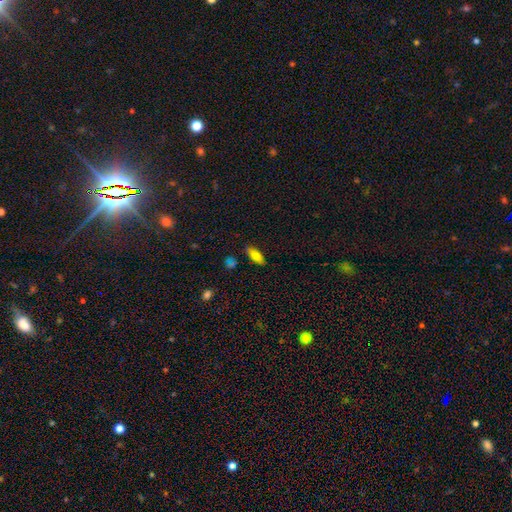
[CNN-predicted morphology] A smooth galaxy with no disk features (75%) that is in between round and cigar-shaped (79%).

Vote fractions:
- Smooth or featured? smooth: 75% / featured or disk: 16% / star or artifact: 8%
- How rounded? in between: 79% / cigar-shaped: 19% / round: 3%
- Merging? none: 83% / minor disturbance: 12% / merger: 3% / major disturbance: 3%